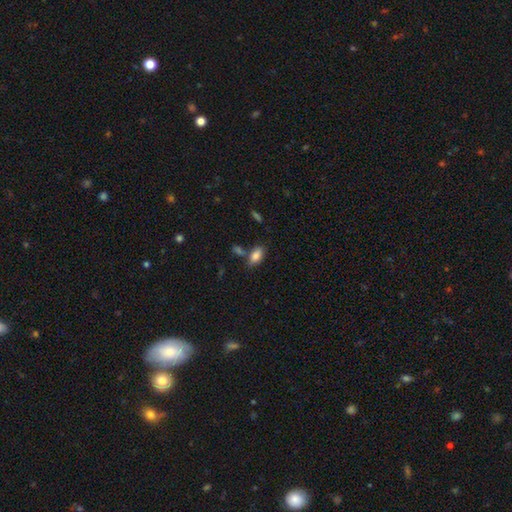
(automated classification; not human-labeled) Morphology: type=smooth (83%); roundness=in between (90%); merging=none (68%).